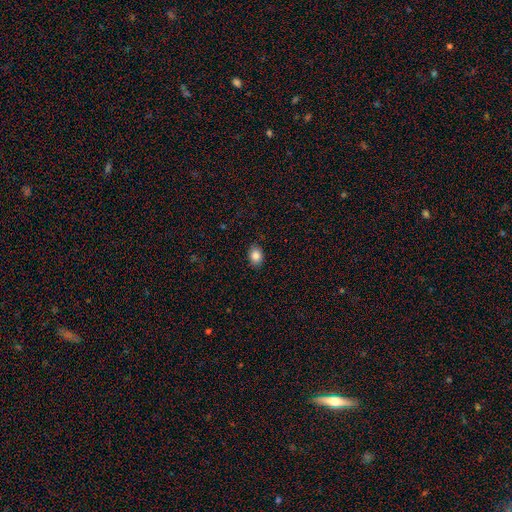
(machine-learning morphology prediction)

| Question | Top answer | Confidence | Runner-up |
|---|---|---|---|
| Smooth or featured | smooth | 85% | star or artifact (9%) |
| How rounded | in between | 66% | round (33%) |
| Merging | none | 87% | minor disturbance (9%) |